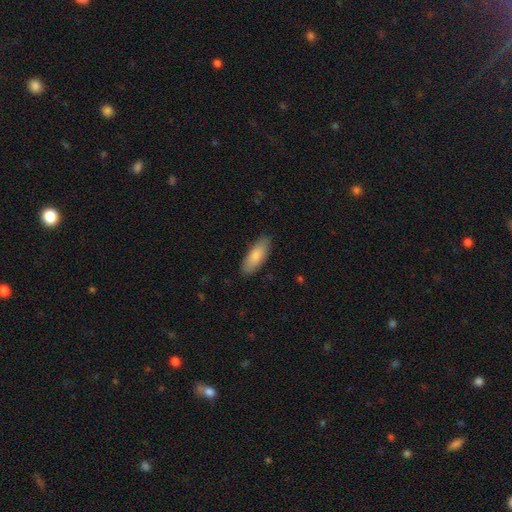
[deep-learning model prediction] Smooth or featured? smooth (84%)
How rounded? in between (72%)
Merging? none (86%)